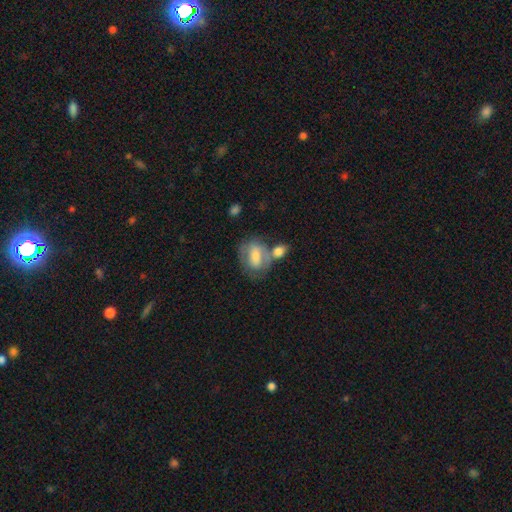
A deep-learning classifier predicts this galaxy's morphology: smooth-or-featured: smooth: 60% | featured or disk: 33% | star or artifact: 7%
  how-rounded: in between: 72% | round: 26% | cigar-shaped: 2%
  merging: none: 37% | merger: 36% | minor disturbance: 17% | major disturbance: 10%